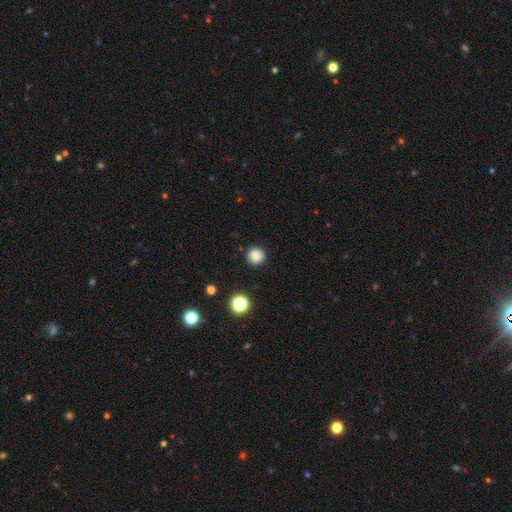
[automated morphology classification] Smooth or featured: smooth — 82% (star or artifact — 12%)
How rounded: round — 94% (in between — 5%)
Merging: none — 91% (minor disturbance — 5%)